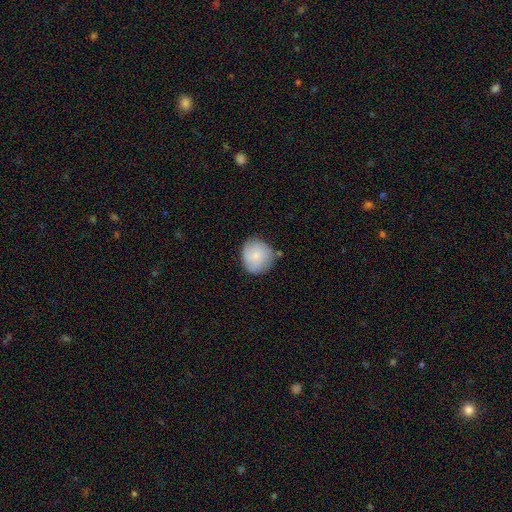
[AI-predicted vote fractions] Smooth or featured? smooth (73%)
How rounded? round (85%)
Merging? none (68%)